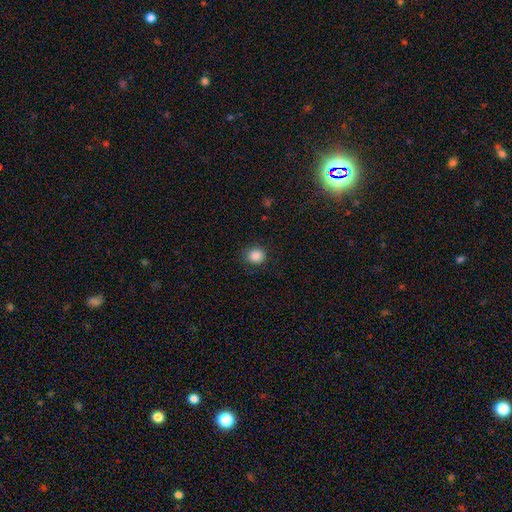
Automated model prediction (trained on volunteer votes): A smooth galaxy with no disk features (87%) that is round (85%).

Vote fractions:
- Smooth or featured? smooth: 87% / star or artifact: 10% / featured or disk: 3%
- How rounded? round: 85% / in between: 14% / cigar-shaped: 1%
- Merging? none: 87% / minor disturbance: 9% / major disturbance: 3% / merger: 1%